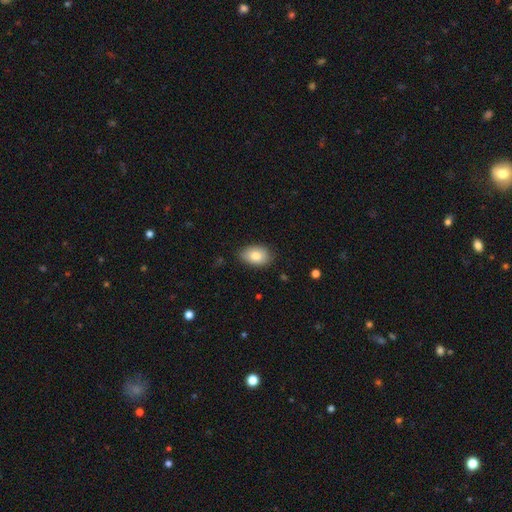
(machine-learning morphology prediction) Smooth or featured? smooth (82%)
How rounded? in between (86%)
Merging? none (80%)